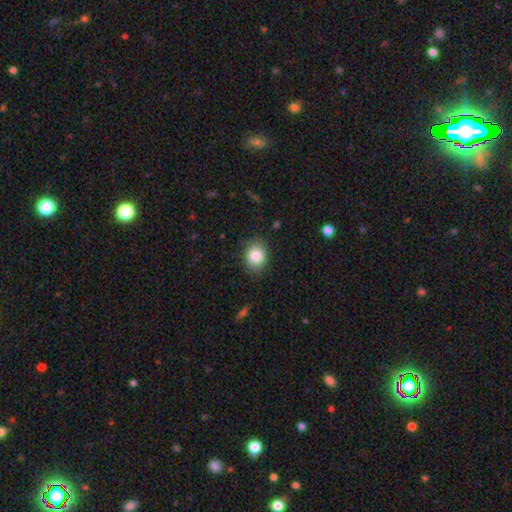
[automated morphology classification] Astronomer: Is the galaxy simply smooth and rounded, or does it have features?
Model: smooth — 85%.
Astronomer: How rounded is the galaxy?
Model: in between — 55% (runner-up: round, 44%).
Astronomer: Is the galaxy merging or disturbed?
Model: none — 83%.